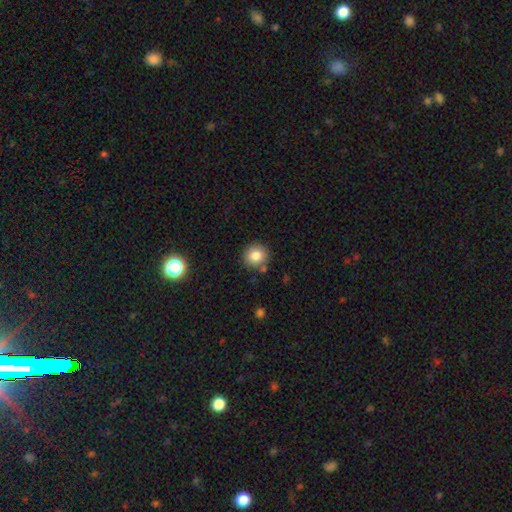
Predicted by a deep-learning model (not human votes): A smooth galaxy with no disk features (82%) that is round (89%). Merging: none (83%).